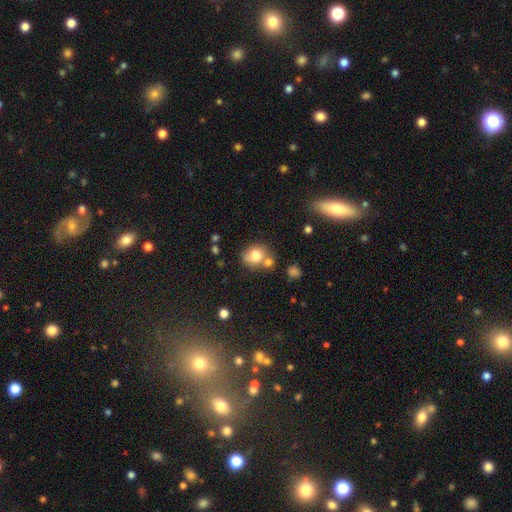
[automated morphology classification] A smooth galaxy with no disk features (75%) that is round (66%).

Vote fractions:
- Smooth or featured? smooth: 75% / featured or disk: 14% / star or artifact: 10%
- How rounded? round: 66% / in between: 33% / cigar-shaped: 1%
- Merging? none: 53% / merger: 26% / minor disturbance: 15% / major disturbance: 5%